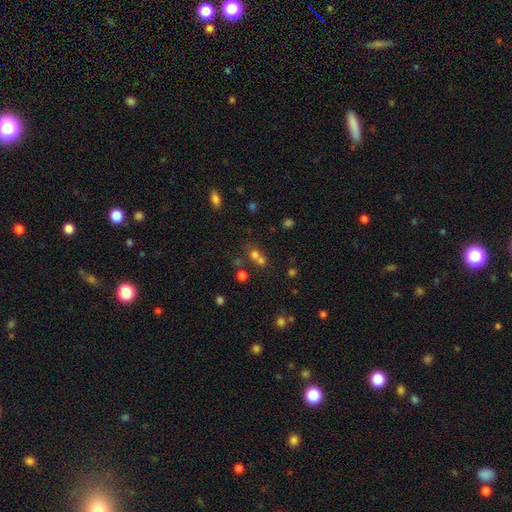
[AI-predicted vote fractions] smooth 58%, star or artifact 27%, featured or disk 15%. Down the decision tree: how rounded — round (80%); merging — merger (45%).